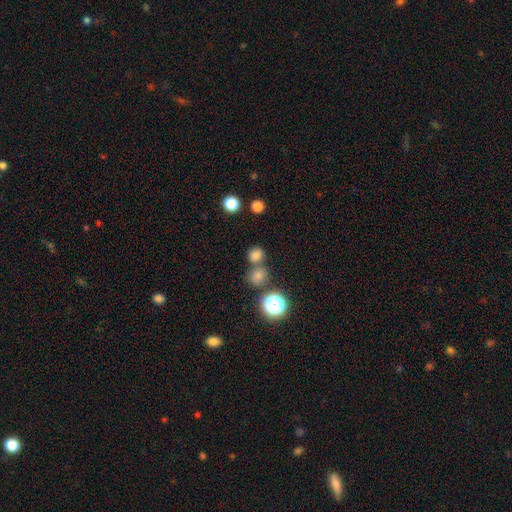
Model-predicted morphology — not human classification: type=smooth (75%); roundness=round (78%); merging=none (58%).